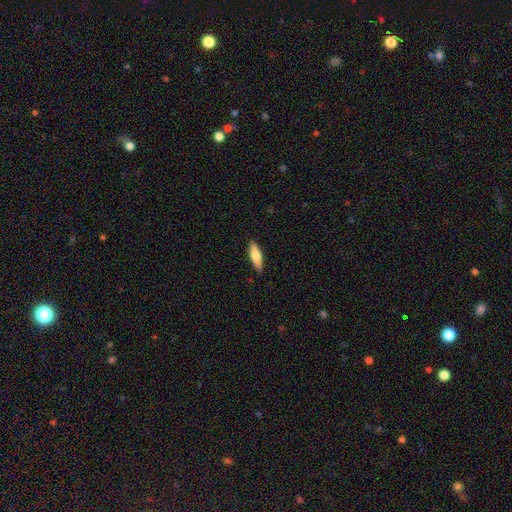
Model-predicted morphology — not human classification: Smooth or featured? smooth (63%)
How rounded? cigar-shaped (63%)
Merging? none (89%)